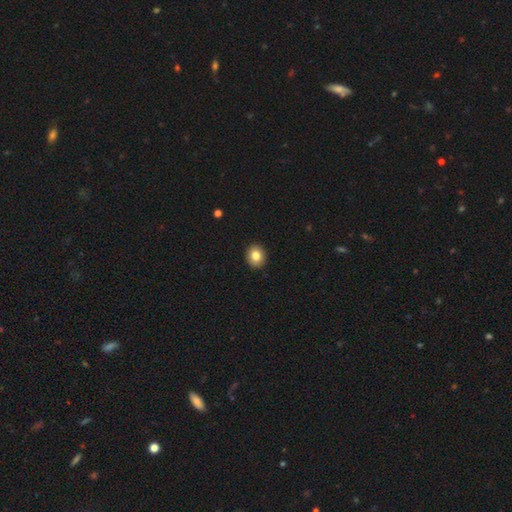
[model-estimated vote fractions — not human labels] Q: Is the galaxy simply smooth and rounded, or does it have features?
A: smooth — 82%.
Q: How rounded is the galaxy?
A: round — 72%.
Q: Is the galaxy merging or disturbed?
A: none — 92%.